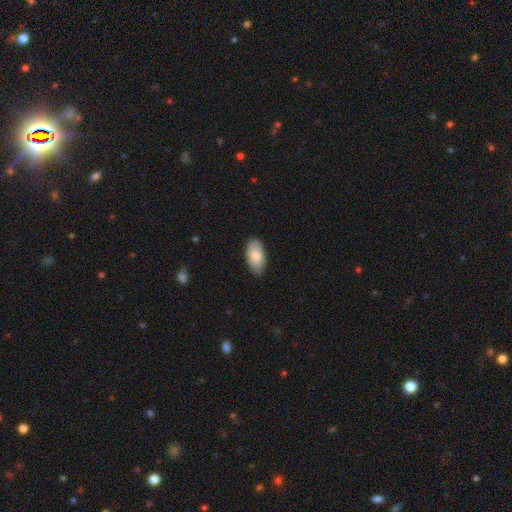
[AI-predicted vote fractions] smooth_or_featured: smooth (p=0.82) [alt: featured or disk p=0.12]
how_rounded: in between (p=0.95) [alt: cigar-shaped p=0.03]
merging: none (p=0.86) [alt: minor disturbance p=0.11]